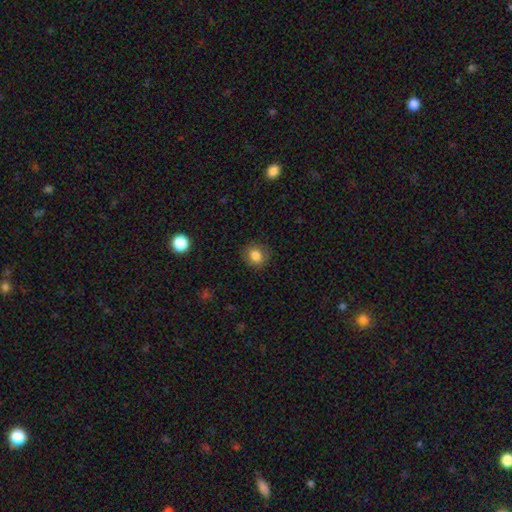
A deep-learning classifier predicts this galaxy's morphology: Smooth or featured?
  - smooth: 83% *
  - star or artifact: 10%
  - featured or disk: 7%
How rounded?
  - round: 74% *
  - in between: 25%
  - cigar-shaped: 1%
Merging?
  - none: 86% *
  - minor disturbance: 10%
  - major disturbance: 3%
  - merger: 1%